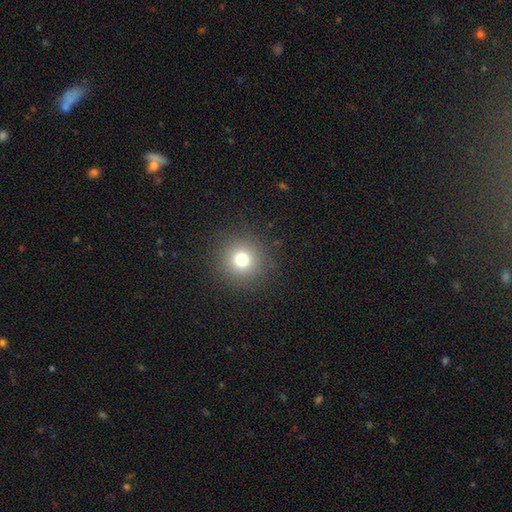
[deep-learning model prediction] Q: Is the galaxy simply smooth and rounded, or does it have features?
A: smooth — 70%.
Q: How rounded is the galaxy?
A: round — 96%.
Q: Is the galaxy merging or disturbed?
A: none — 93%.